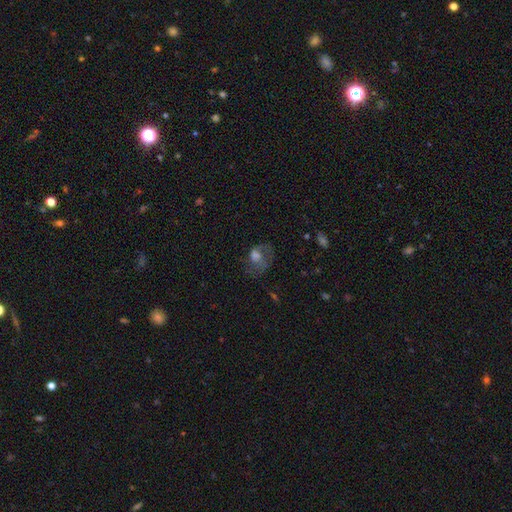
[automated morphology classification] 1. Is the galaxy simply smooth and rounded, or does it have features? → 45% featured or disk, 40% smooth, 15% star or artifact.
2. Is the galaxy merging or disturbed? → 41% none, 36% major disturbance, 21% minor disturbance, 2% merger.